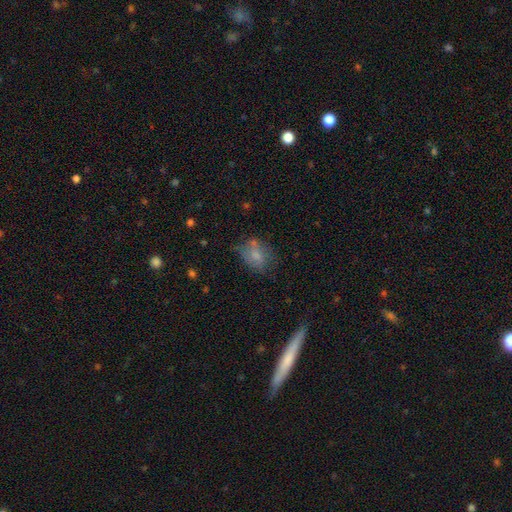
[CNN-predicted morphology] Smooth or featured?
  - smooth: 71% *
  - featured or disk: 19%
  - star or artifact: 10%
How rounded?
  - in between: 70% *
  - round: 29%
  - cigar-shaped: 2%
Merging?
  - none: 50% *
  - minor disturbance: 28%
  - major disturbance: 14%
  - merger: 8%